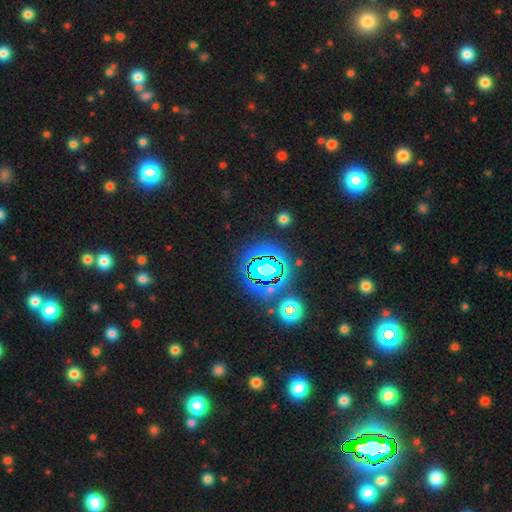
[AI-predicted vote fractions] Smooth or featured? Predicted: star or artifact (p=0.75).